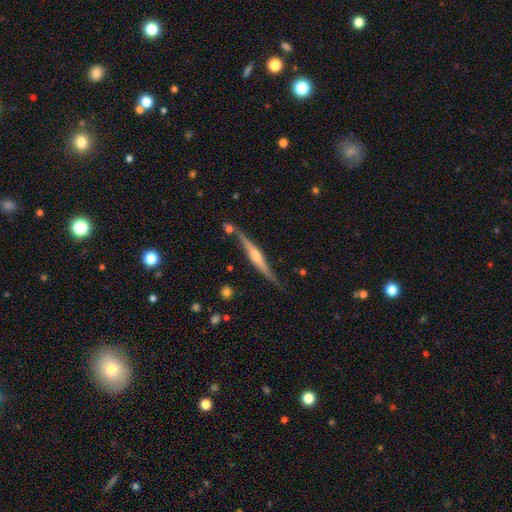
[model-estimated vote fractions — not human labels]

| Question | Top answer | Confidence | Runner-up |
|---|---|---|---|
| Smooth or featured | featured or disk | 77% | smooth (17%) |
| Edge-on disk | yes | 97% | no (3%) |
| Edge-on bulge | rounded | 80% | none (11%) |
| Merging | none | 80% | minor disturbance (13%) |